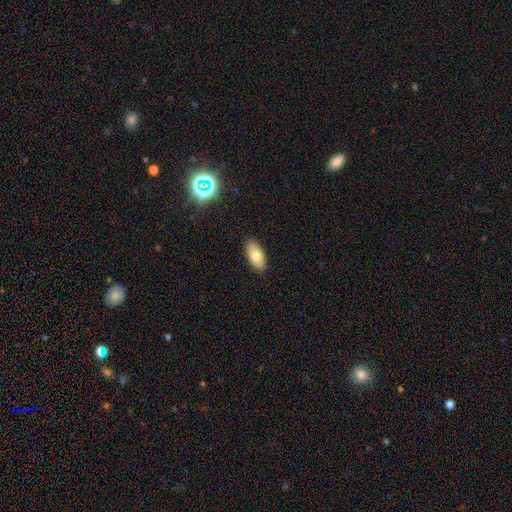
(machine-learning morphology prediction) A smooth galaxy with no disk features (75%) that is in between round and cigar-shaped (90%). Merging: none (89%).